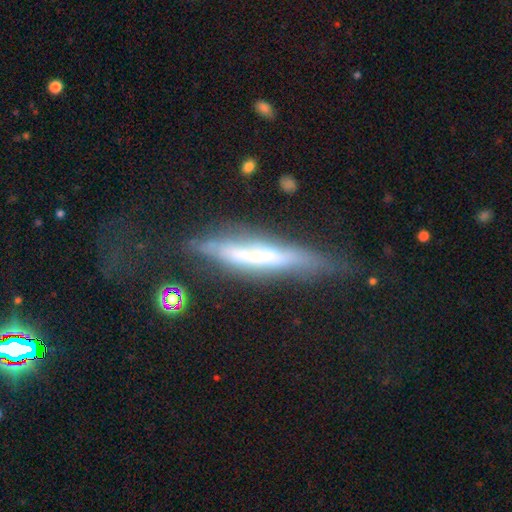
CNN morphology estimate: Smooth or featured?
  - featured or disk: 62% *
  - smooth: 28%
  - star or artifact: 9%
Edge-on disk?
  - yes: 77% *
  - no: 23%
Merging?
  - none: 56% *
  - minor disturbance: 25%
  - major disturbance: 14%
  - merger: 5%